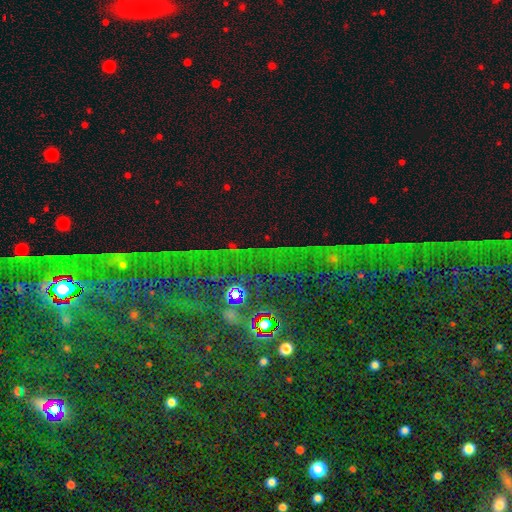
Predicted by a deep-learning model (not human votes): This appears to be a star or artifact, not a galaxy (80%).